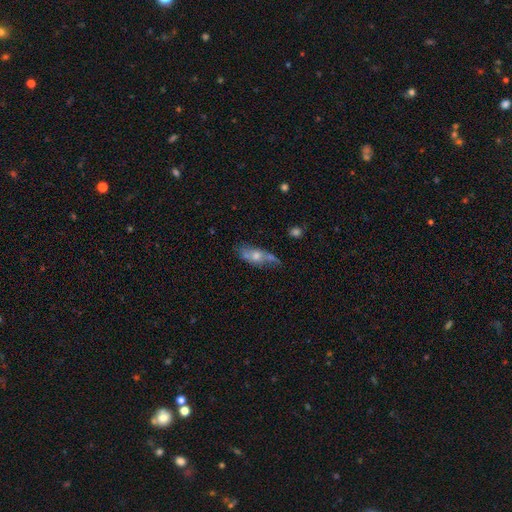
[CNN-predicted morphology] This is possibly a featured or disk galaxy (49%). Merging: possibly none (52%).